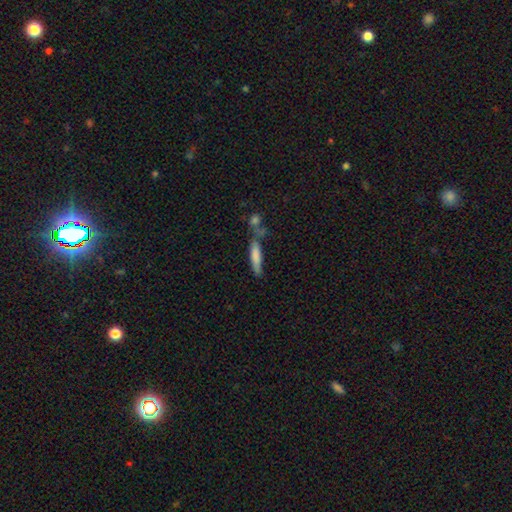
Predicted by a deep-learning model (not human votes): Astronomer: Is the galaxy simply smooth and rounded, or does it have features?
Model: smooth — 76%.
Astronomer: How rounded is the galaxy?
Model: cigar-shaped — 82%.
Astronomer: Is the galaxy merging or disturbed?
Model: none — 55%.